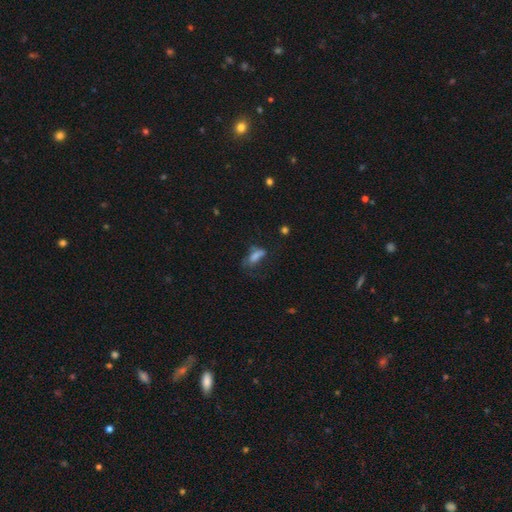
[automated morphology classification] The model was most divided on "merging" (2-way tie): major disturbance: 34%, none: 34%, minor disturbance: 27%, merger: 6%. More confident: how rounded — in between (72%); smooth or featured — smooth (66%).